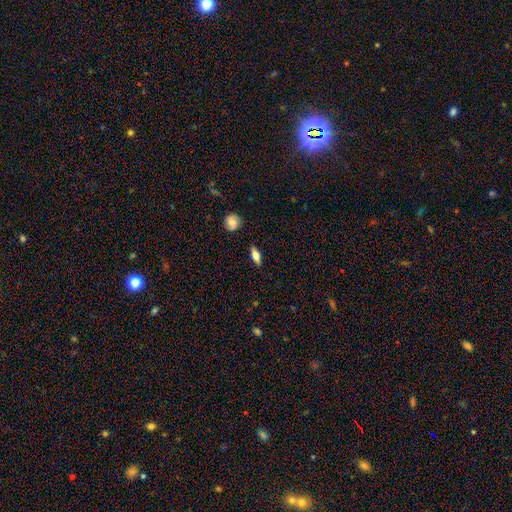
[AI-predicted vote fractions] Smooth or featured? Predicted: smooth (p=0.63). How rounded? Predicted: in between (p=0.66). Merging? Predicted: none (p=0.87).